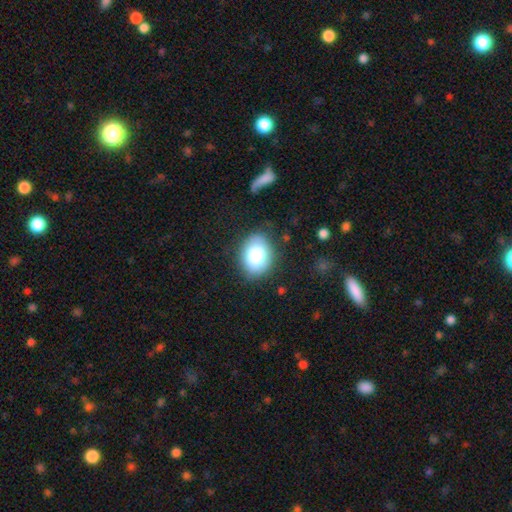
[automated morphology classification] Overall: smooth (79%). How rounded: in between (63%; round 36%). Merging: none (81%).